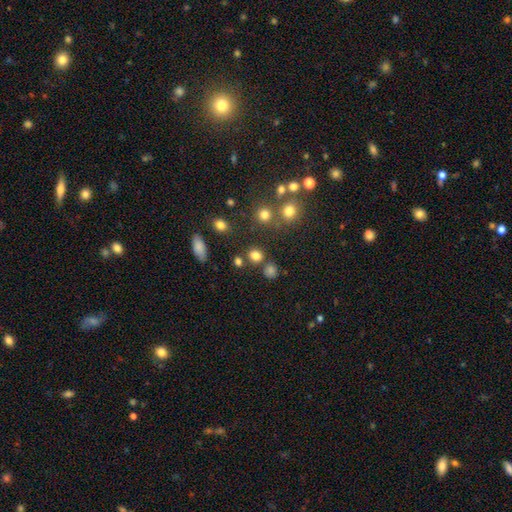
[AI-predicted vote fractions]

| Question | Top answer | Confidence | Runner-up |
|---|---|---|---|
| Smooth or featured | smooth | 79% | star or artifact (15%) |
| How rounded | round | 80% | in between (19%) |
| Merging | none | 76% | merger (11%) |